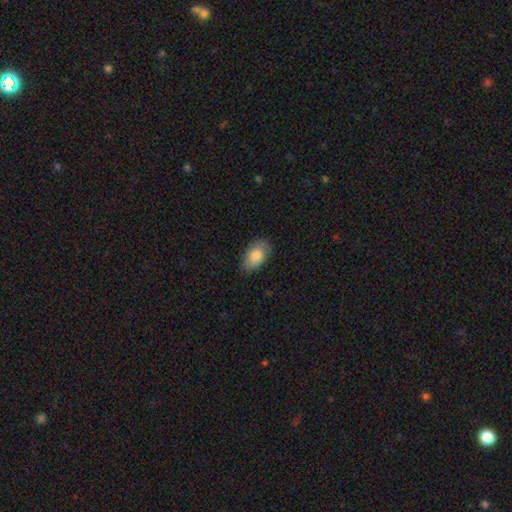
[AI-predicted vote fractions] This appears to be a smooth galaxy with no disk features (81%) that is in between round and cigar-shaped (92%). Merging: none (78%).